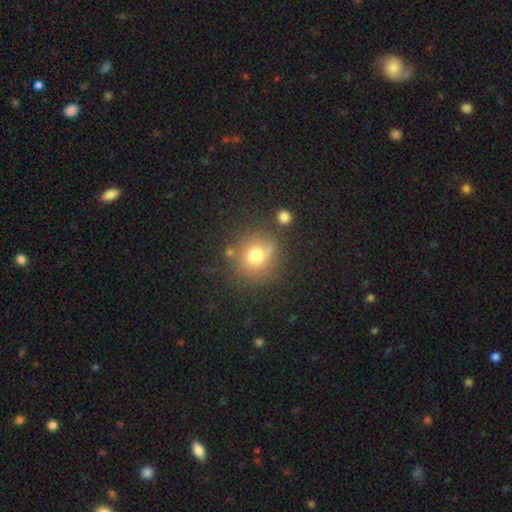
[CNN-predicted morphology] Smooth or featured: smooth — 69% (featured or disk — 16%)
How rounded: round — 85% (in between — 14%)
Merging: none — 66% (minor disturbance — 17%)